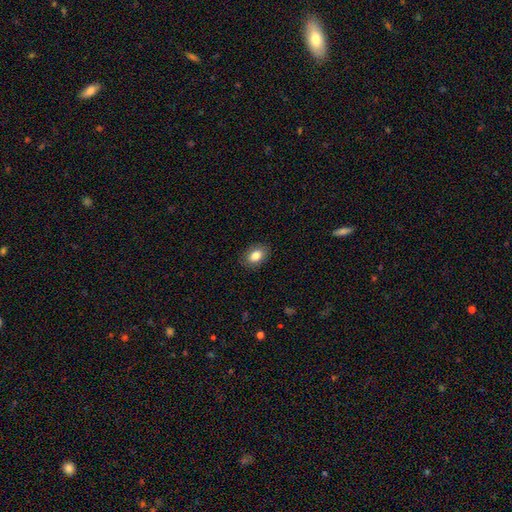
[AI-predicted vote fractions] A smooth galaxy with no disk features (83%) that is in between round and cigar-shaped (78%). Merging: none (87%).